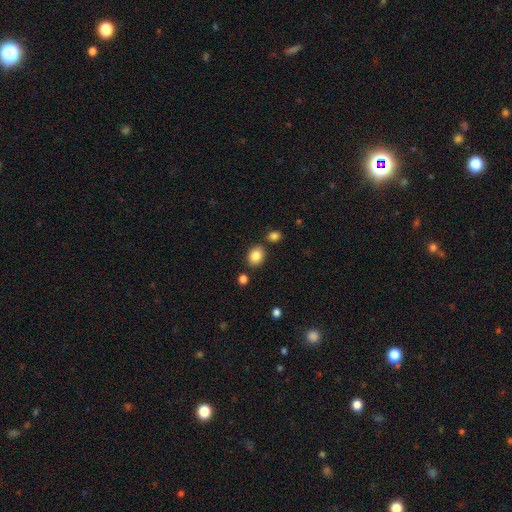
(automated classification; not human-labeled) Smooth or featured? smooth (86%)
How rounded? in between (59%)
Merging? none (77%)